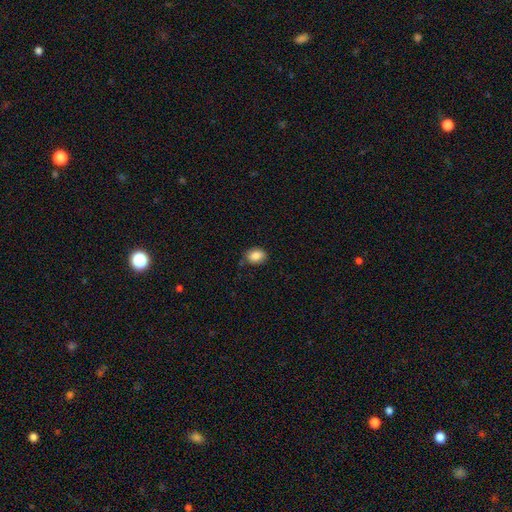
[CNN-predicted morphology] The model was most divided on "how rounded": in between: 74%, round: 25%, cigar-shaped: 1%. More confident: smooth or featured — smooth (86%); merging — none (78%).